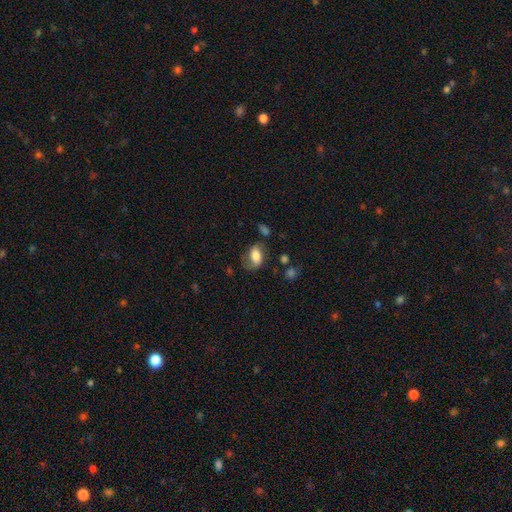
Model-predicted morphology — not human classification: A smooth galaxy with no disk features (64%) that is in between round and cigar-shaped (86%).

Vote fractions:
- Smooth or featured? smooth: 64% / featured or disk: 27% / star or artifact: 8%
- How rounded? in between: 86% / round: 12% / cigar-shaped: 3%
- Merging? none: 53% / minor disturbance: 26% / major disturbance: 17% / merger: 4%